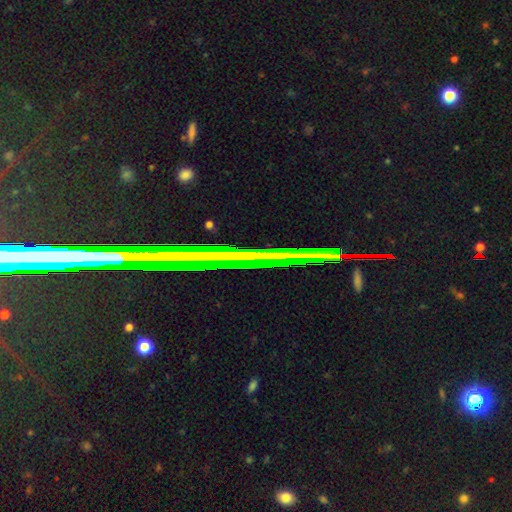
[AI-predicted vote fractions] Smooth or featured?
  - star or artifact: 73% *
  - featured or disk: 17%
  - smooth: 10%